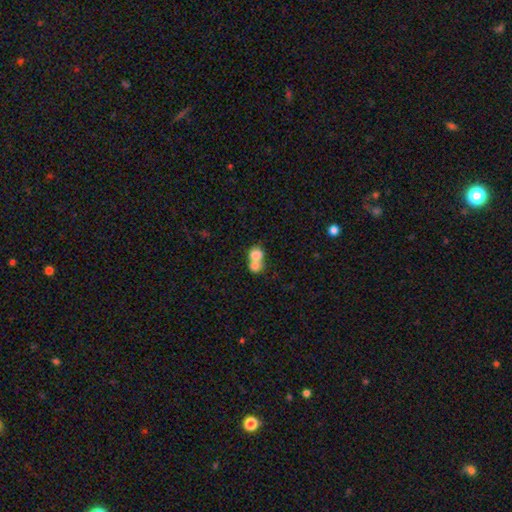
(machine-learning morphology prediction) A smooth galaxy with no disk features (76%) that is round (71%).

Vote fractions:
- Smooth or featured? smooth: 76% / featured or disk: 15% / star or artifact: 9%
- How rounded? round: 71% / in between: 28% / cigar-shaped: 1%
- Merging? merger: 70% / none: 22% / minor disturbance: 5% / major disturbance: 3%